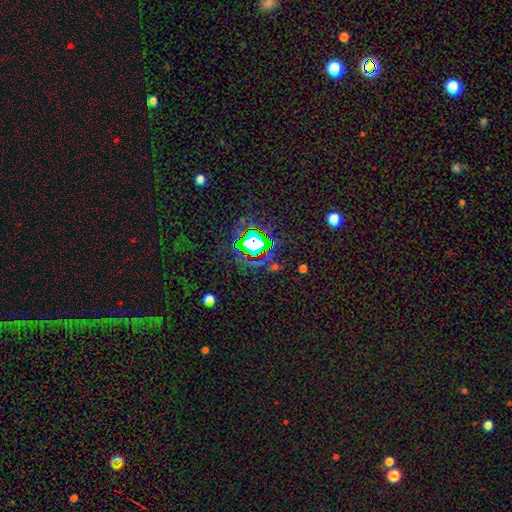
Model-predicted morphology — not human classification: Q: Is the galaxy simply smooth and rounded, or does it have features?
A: star or artifact — 83%.